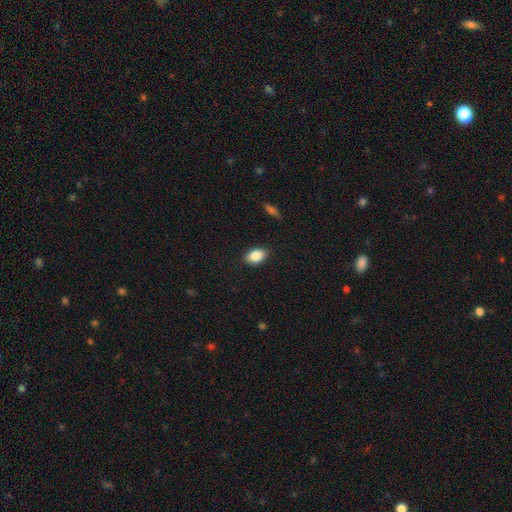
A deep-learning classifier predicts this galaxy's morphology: This is clearly a smooth galaxy (86%). How rounded: clearly in between (83%). Merging: clearly none (88%).